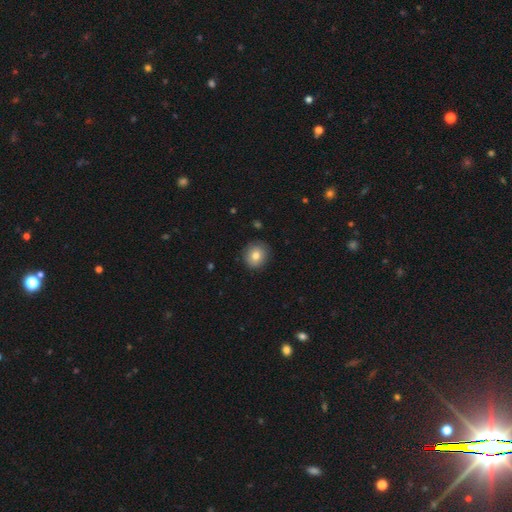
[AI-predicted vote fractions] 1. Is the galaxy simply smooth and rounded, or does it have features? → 79% smooth, 11% featured or disk, 10% star or artifact.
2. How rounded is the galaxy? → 85% round, 14% in between, 1% cigar-shaped.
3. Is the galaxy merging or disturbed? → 88% none, 9% minor disturbance, 2% major disturbance, 1% merger.